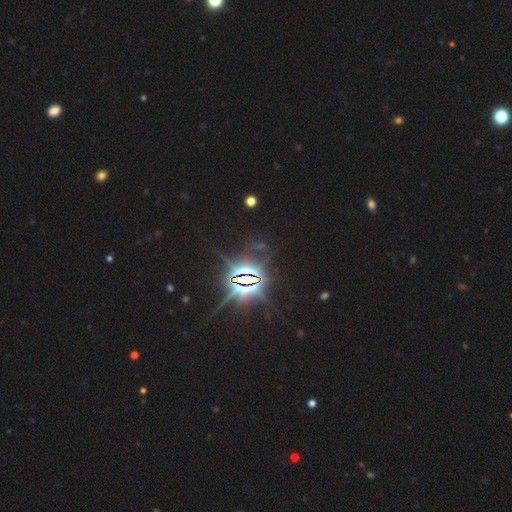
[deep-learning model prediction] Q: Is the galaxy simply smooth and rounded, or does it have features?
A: star or artifact — 87%.